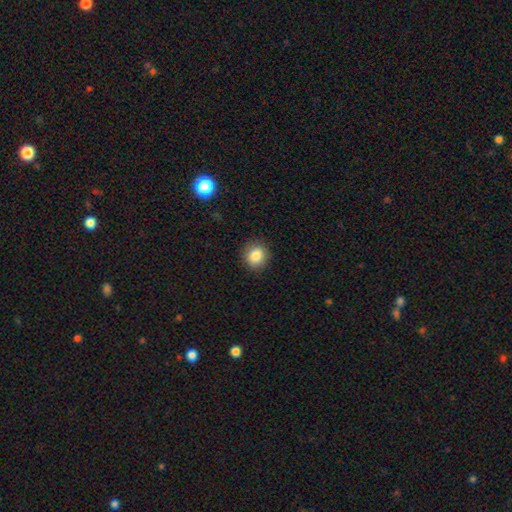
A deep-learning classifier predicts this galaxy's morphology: This appears to be a smooth galaxy with no disk features (85%) that is round (79%). Merging: none (90%).